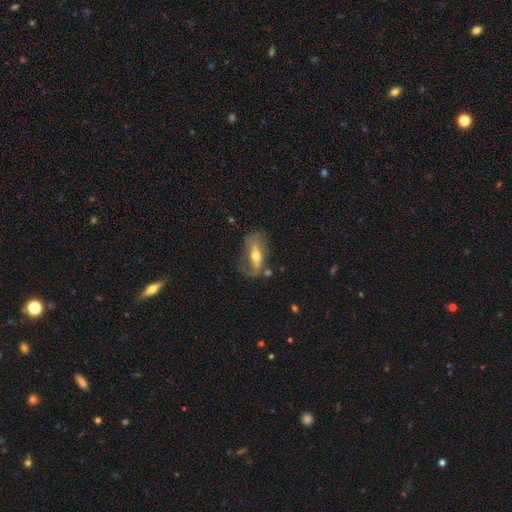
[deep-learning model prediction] smooth_or_featured: featured or disk (p=0.66) [alt: smooth p=0.26]
disk_edge_on: no (p=0.81) [alt: yes p=0.19]
bar: strong (p=0.37) [alt: no p=0.34]
has_spiral_arms: yes (p=0.71) [alt: no p=0.29]
bulge_size: moderate (p=0.69) [alt: small p=0.23]
merging: none (p=0.48) [alt: minor disturbance p=0.25]